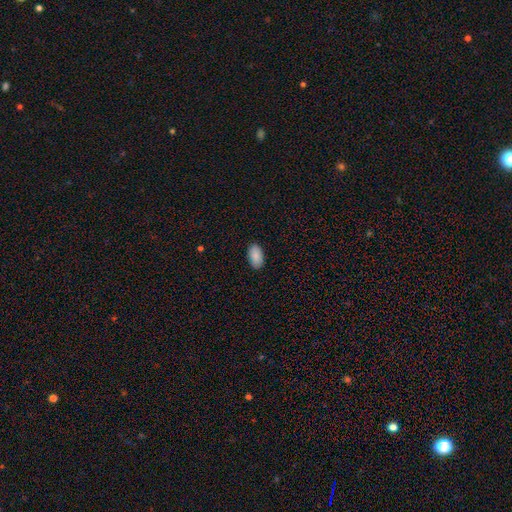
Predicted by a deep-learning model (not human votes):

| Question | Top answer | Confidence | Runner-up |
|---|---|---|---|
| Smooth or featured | smooth | 88% | star or artifact (7%) |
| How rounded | in between | 95% | round (3%) |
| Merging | none | 89% | minor disturbance (8%) |